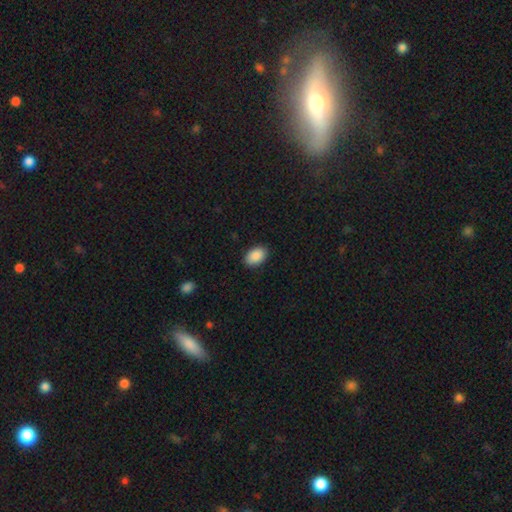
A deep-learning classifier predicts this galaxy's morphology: Smooth or featured?
  - smooth: 90% *
  - star or artifact: 7%
  - featured or disk: 3%
How rounded?
  - in between: 90% *
  - round: 9%
  - cigar-shaped: 1%
Merging?
  - none: 89% *
  - minor disturbance: 8%
  - major disturbance: 2%
  - merger: 1%